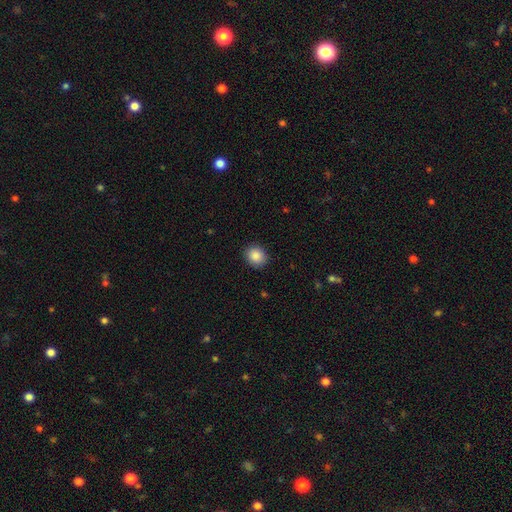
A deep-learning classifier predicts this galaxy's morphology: The model was most divided on "how rounded": round: 70%, in between: 29%, cigar-shaped: 1%. More confident: merging — none (89%); smooth or featured — smooth (88%).